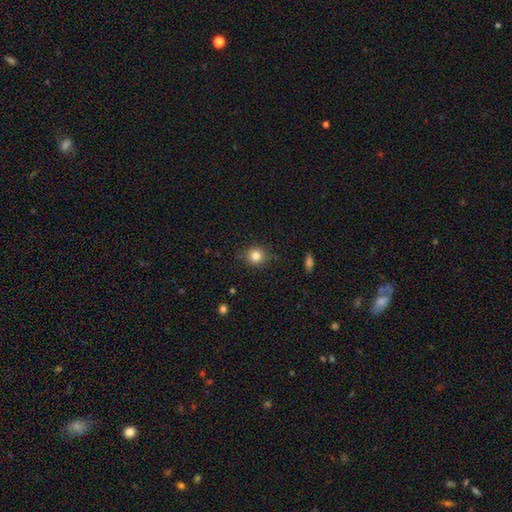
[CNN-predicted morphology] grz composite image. It shows a smooth galaxy with no disk features (82%) that is round (88%). Merging: none (86%).